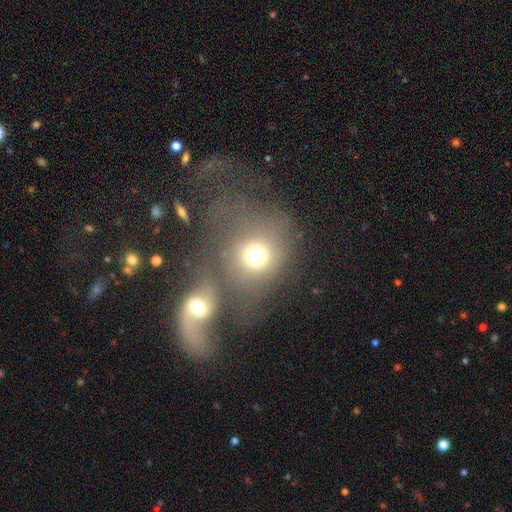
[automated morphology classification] This is likely a smooth galaxy (69%). How rounded: likely round (78%). Merging: marginally none (39%).